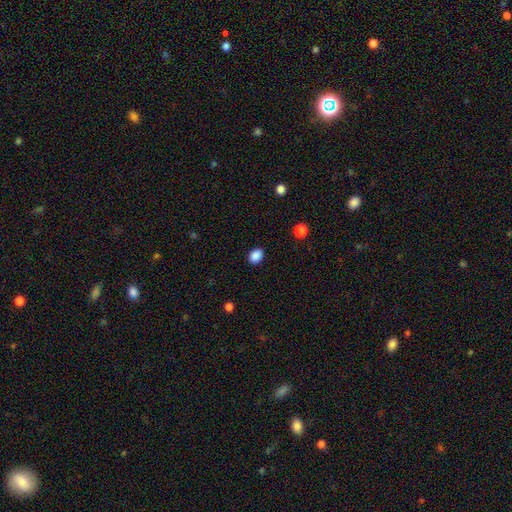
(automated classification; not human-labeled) Smooth or featured: smooth — 88% (star or artifact — 9%)
How rounded: in between — 68% (round — 31%)
Merging: none — 88% (minor disturbance — 8%)